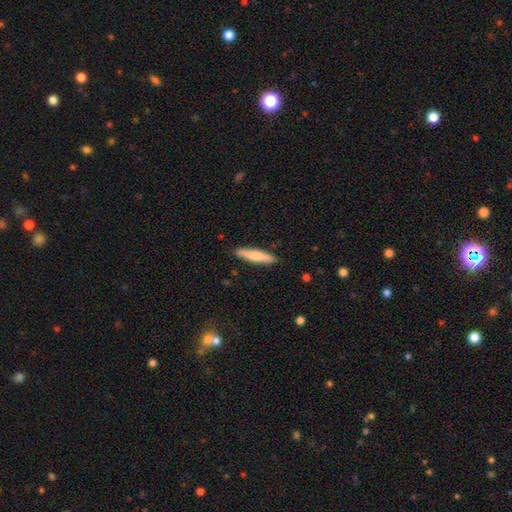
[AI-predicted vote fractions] smooth 71%, featured or disk 23%, star or artifact 5%. Down the decision tree: how rounded — cigar-shaped (88%); merging — none (89%).